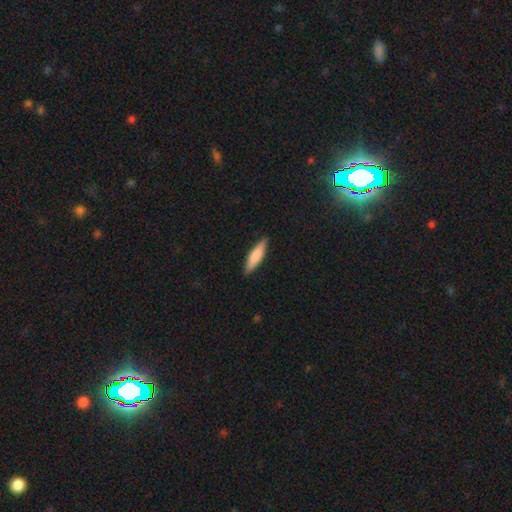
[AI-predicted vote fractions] Smooth or featured?
  - smooth: 75% *
  - featured or disk: 20%
  - star or artifact: 5%
How rounded?
  - cigar-shaped: 75% *
  - in between: 23%
  - round: 1%
Merging?
  - none: 90% *
  - minor disturbance: 8%
  - major disturbance: 2%
  - merger: 1%